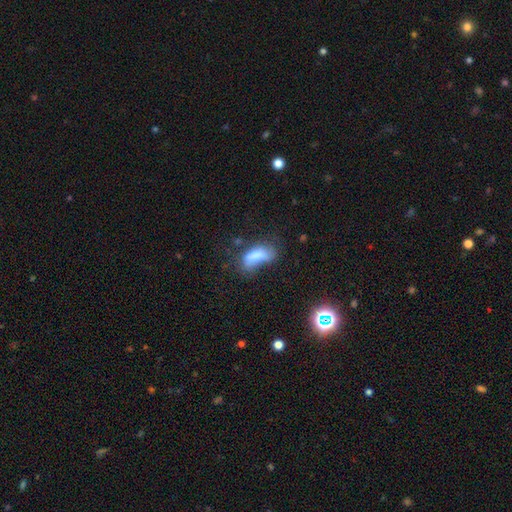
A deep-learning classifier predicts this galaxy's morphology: smooth-or-featured: smooth: 68% | featured or disk: 20% | star or artifact: 12%
  how-rounded: in between: 77% | cigar-shaped: 20% | round: 4%
  merging: major disturbance: 32% | minor disturbance: 27% | none: 26% | merger: 14%